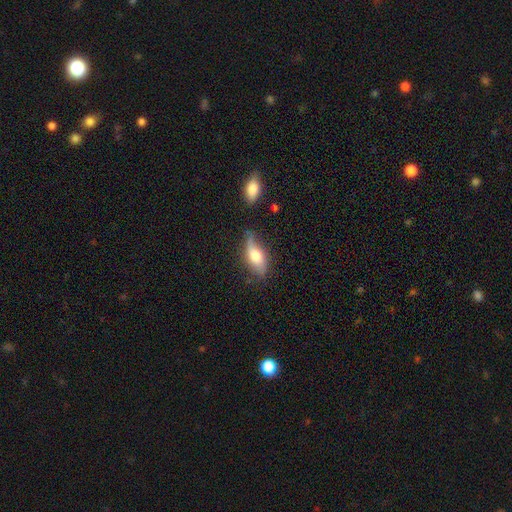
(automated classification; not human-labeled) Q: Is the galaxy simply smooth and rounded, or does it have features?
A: smooth — 58%.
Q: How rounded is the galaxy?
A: in between — 78%.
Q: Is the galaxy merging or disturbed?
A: none — 56%.